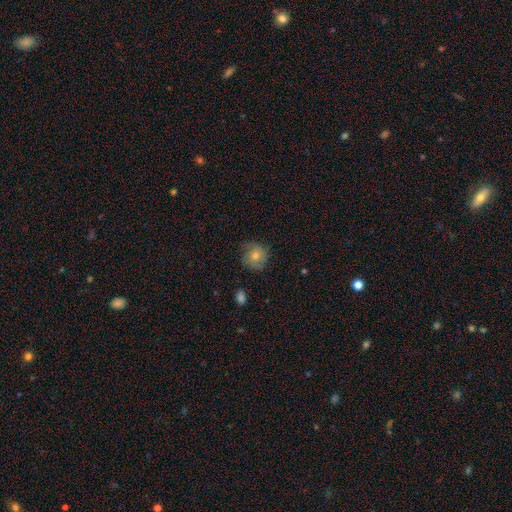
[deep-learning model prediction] Smooth or featured? Predicted: smooth (p=0.66). How rounded? Predicted: round (p=0.87). Merging? Predicted: none (p=0.70).